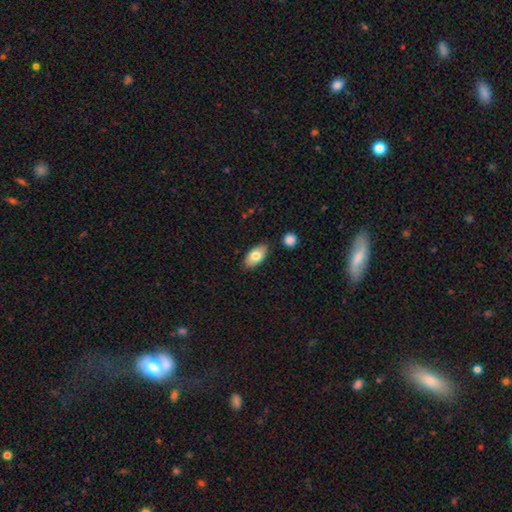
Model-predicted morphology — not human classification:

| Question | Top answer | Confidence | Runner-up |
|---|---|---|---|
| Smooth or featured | smooth | 77% | featured or disk (16%) |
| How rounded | in between | 91% | cigar-shaped (5%) |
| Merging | none | 83% | minor disturbance (12%) |